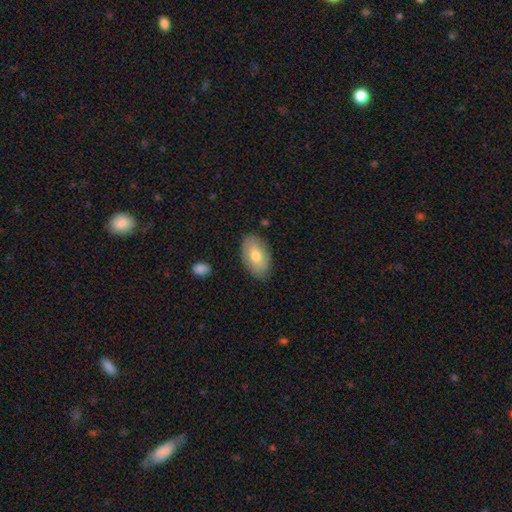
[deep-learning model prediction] Morphology: type=smooth (73%); roundness=in between (92%); merging=none (84%).